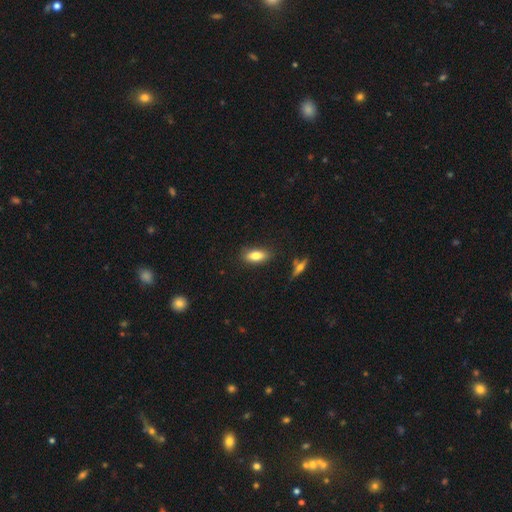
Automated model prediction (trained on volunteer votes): smooth_or_featured: smooth (p=0.79) [alt: featured or disk p=0.13]
how_rounded: in between (p=0.82) [alt: cigar-shaped p=0.15]
merging: none (p=0.82) [alt: minor disturbance p=0.13]